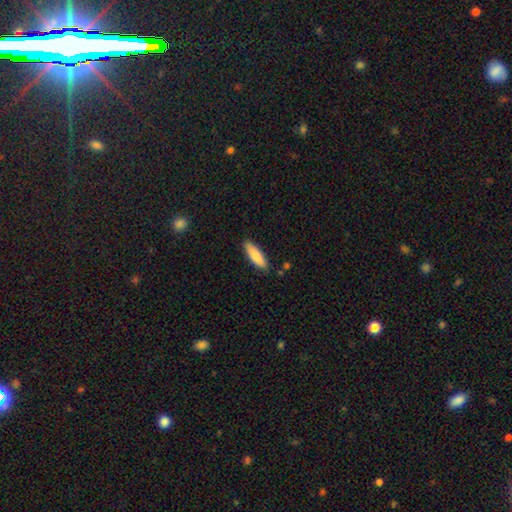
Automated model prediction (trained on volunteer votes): Smooth or featured?
  - smooth: 84% *
  - featured or disk: 10%
  - star or artifact: 5%
How rounded?
  - cigar-shaped: 59% *
  - in between: 40%
  - round: 1%
Merging?
  - none: 87% *
  - minor disturbance: 10%
  - major disturbance: 2%
  - merger: 2%